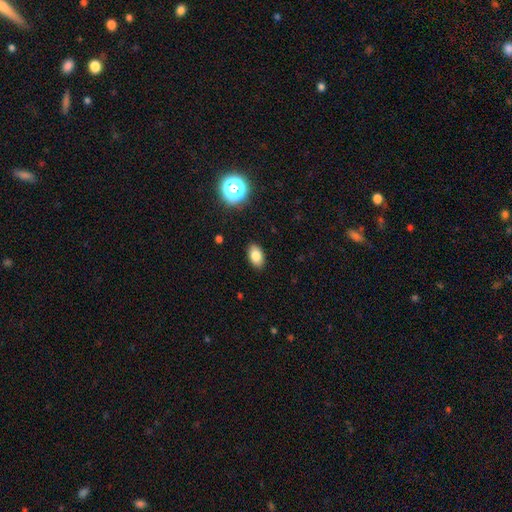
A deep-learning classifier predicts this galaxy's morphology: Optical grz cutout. It shows a smooth galaxy with no disk features (82%) that is in between round and cigar-shaped (90%). Merging: none (88%).